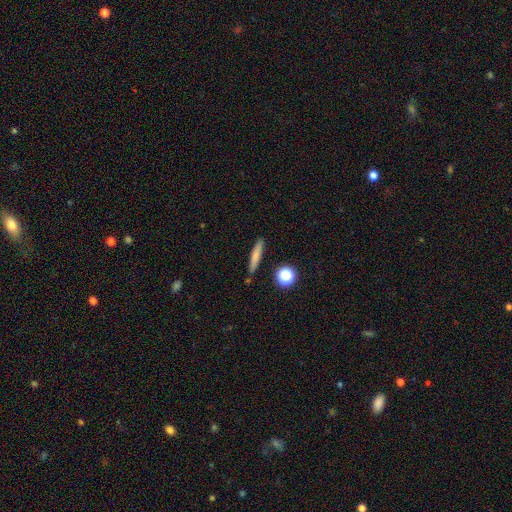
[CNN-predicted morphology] Q: Smooth or featured?
A: smooth (71%); runner-up: featured or disk (19%)
Q: How rounded?
A: cigar-shaped (87%); runner-up: in between (9%)
Q: Merging?
A: none (86%); runner-up: minor disturbance (9%)